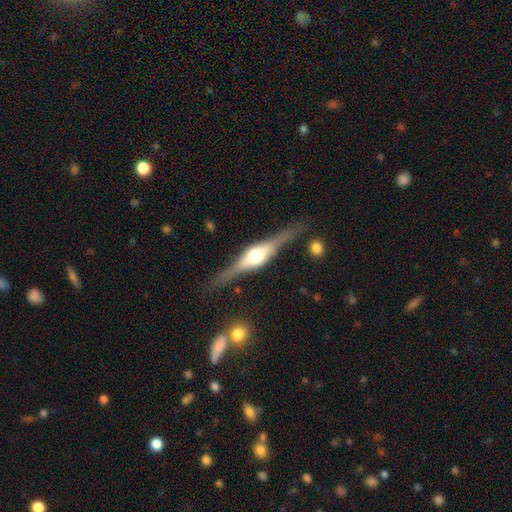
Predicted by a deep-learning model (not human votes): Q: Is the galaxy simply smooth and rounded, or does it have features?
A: featured or disk — 82%.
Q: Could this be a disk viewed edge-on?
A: yes — 97%.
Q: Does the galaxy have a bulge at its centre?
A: rounded — 89%.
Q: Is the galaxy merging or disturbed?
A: none — 82%.